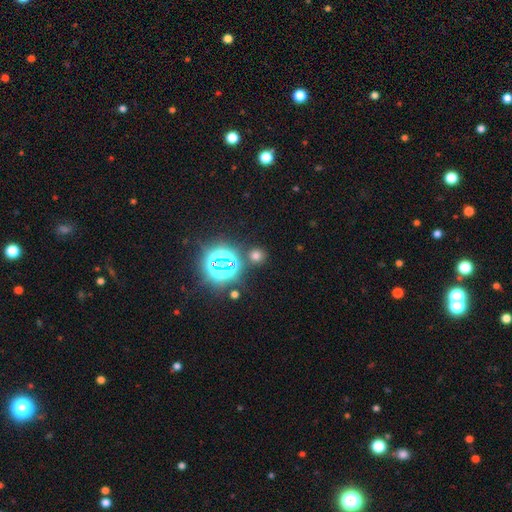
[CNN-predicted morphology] Smooth or featured: smooth — 57% (star or artifact — 36%)
How rounded: round — 85% (in between — 13%)
Merging: none — 83% (minor disturbance — 8%)